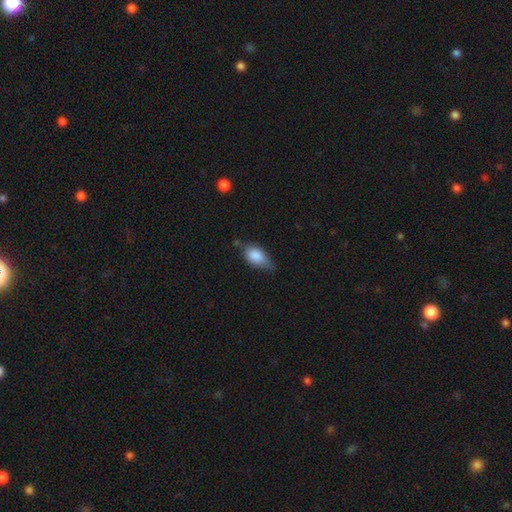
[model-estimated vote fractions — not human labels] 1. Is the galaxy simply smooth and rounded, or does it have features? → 83% smooth, 10% featured or disk, 7% star or artifact.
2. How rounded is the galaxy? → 88% in between, 7% round, 5% cigar-shaped.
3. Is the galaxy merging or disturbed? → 50% none, 38% minor disturbance, 8% major disturbance, 3% merger.